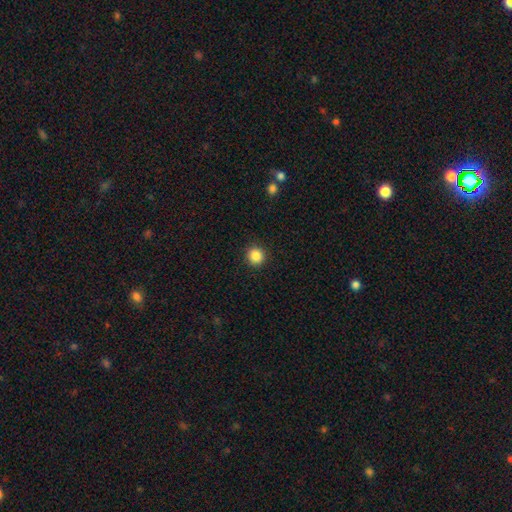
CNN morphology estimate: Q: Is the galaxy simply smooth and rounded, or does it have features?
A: smooth — 87%.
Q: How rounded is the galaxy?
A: round — 94%.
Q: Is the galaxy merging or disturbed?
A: none — 92%.